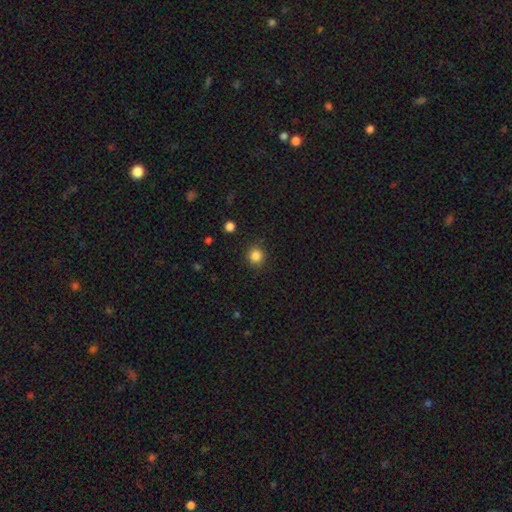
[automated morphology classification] This is clearly a smooth galaxy (85%). How rounded: clearly round (92%). Merging: clearly none (90%).